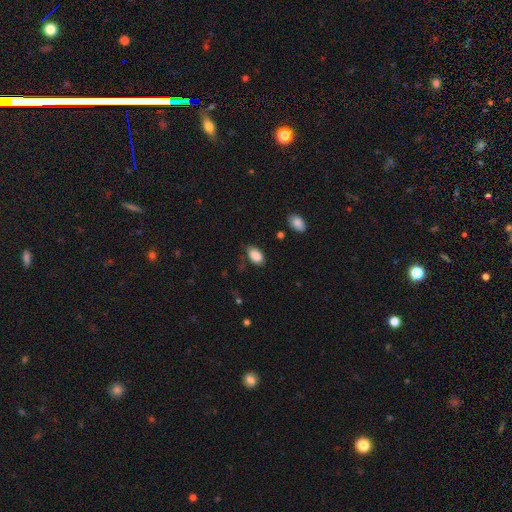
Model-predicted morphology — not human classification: smooth-or-featured: smooth: 88% | star or artifact: 8% | featured or disk: 4%
  how-rounded: in between: 93% | round: 6% | cigar-shaped: 2%
  merging: none: 72% | minor disturbance: 21% | major disturbance: 5% | merger: 2%